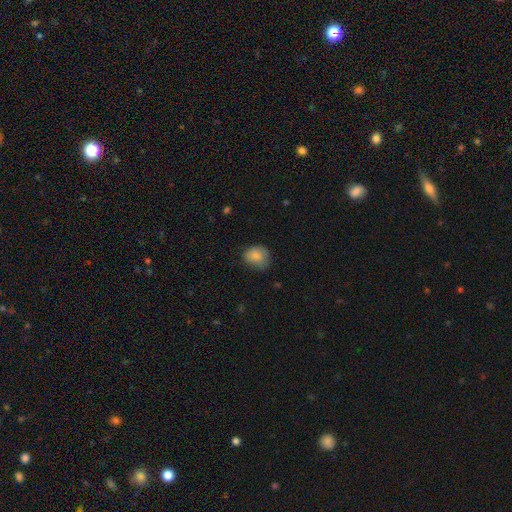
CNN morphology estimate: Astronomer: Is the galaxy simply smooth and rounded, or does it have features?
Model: smooth — 84%.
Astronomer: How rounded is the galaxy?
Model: round — 63%.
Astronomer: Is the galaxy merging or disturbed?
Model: none — 60%.